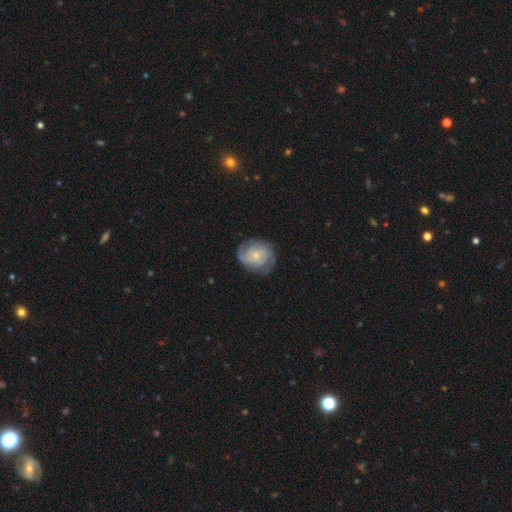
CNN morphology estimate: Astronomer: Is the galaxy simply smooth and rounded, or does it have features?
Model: featured or disk — 75%.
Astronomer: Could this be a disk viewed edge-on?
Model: no — 98%.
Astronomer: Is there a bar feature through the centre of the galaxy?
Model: no — 72%.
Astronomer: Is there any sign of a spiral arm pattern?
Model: yes — 93%.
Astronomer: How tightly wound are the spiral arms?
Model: tight — 55% (runner-up: medium, 35%).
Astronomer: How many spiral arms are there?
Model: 2 — 34% (runner-up: can't tell, 27%).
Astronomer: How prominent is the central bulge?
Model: small — 69%.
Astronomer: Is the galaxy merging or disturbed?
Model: none — 75%.